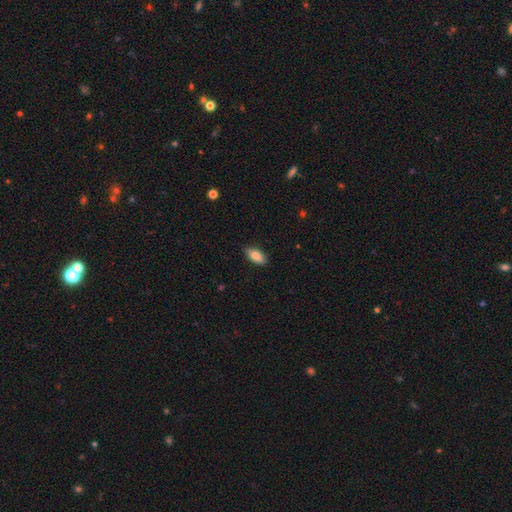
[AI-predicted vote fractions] A smooth galaxy with no disk features (84%) that is in between round and cigar-shaped (90%).

Vote fractions:
- Smooth or featured? smooth: 84% / featured or disk: 9% / star or artifact: 7%
- How rounded? in between: 90% / cigar-shaped: 7% / round: 3%
- Merging? none: 87% / minor disturbance: 10% / major disturbance: 2% / merger: 1%